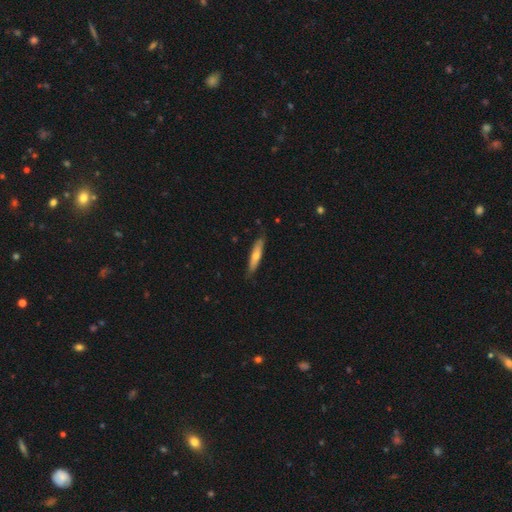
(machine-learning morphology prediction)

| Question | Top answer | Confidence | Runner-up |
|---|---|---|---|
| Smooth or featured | smooth | 56% | featured or disk (39%) |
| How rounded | cigar-shaped | 85% | in between (14%) |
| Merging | none | 82% | minor disturbance (15%) |